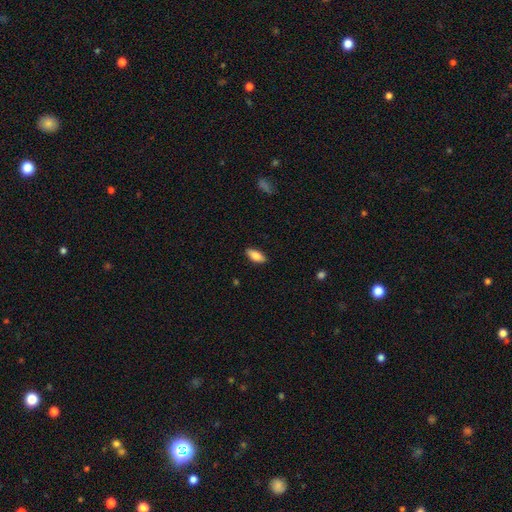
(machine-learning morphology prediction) smooth 80%, featured or disk 13%, star or artifact 6%. Down the decision tree: how rounded — in between (83%); merging — none (88%).